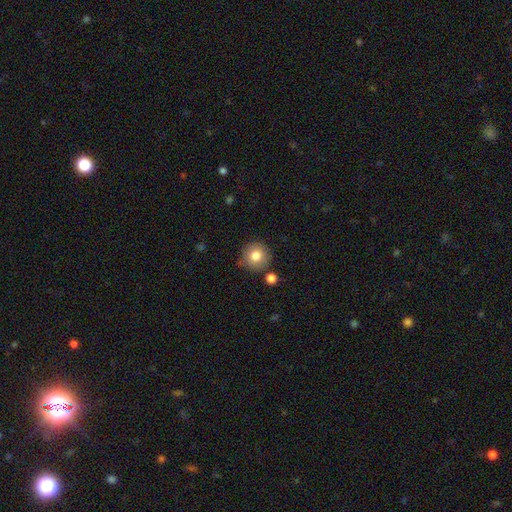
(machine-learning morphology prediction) Overall: smooth (80%). How rounded: round (93%). Merging: none (80%).